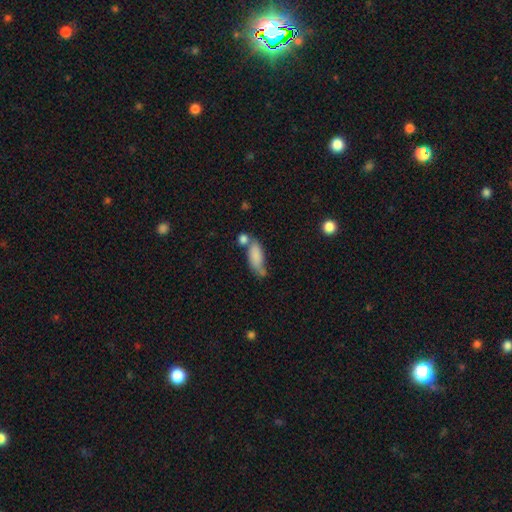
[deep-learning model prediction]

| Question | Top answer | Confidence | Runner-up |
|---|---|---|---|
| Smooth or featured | smooth | 80% | featured or disk (12%) |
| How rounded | in between | 76% | cigar-shaped (21%) |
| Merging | none | 38% | merger (30%) |